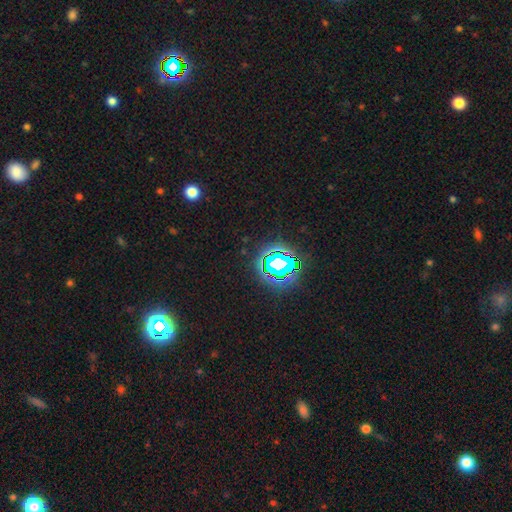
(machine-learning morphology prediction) This is clearly a star or artifact rather than a galaxy (81%).